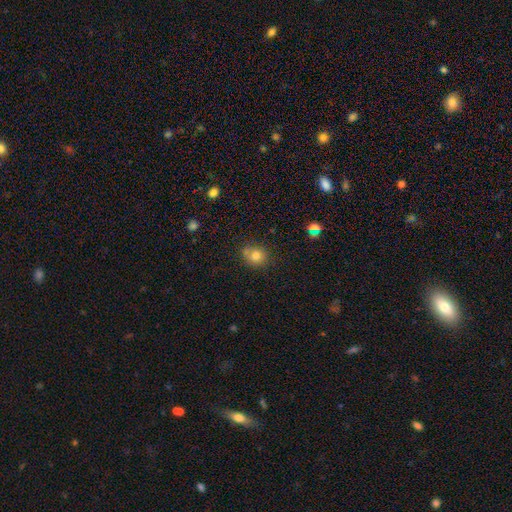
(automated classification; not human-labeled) A smooth galaxy with no disk features (76%) that is round (73%).

Vote fractions:
- Smooth or featured? smooth: 76% / star or artifact: 12% / featured or disk: 11%
- How rounded? round: 73% / in between: 26% / cigar-shaped: 1%
- Merging? none: 67% / minor disturbance: 21% / merger: 6% / major disturbance: 6%